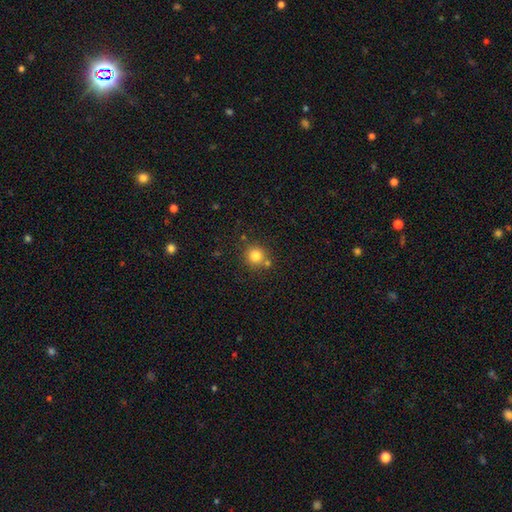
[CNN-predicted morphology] Q: Smooth or featured?
A: smooth (81%); runner-up: star or artifact (12%)
Q: How rounded?
A: round (93%); runner-up: in between (7%)
Q: Merging?
A: none (75%); runner-up: merger (14%)